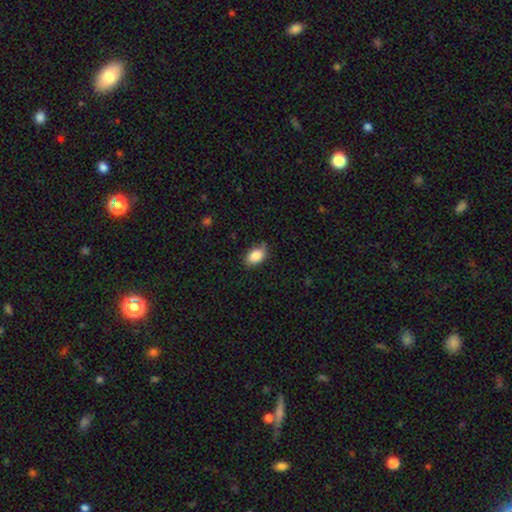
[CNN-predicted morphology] This appears to be a smooth galaxy with no disk features (85%) that is in between round and cigar-shaped (88%). Merging: none (74%).